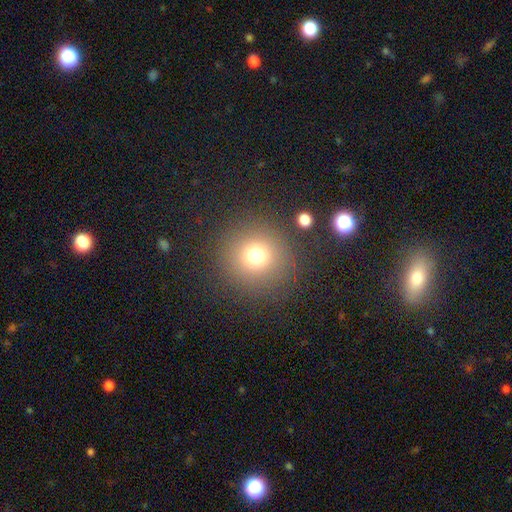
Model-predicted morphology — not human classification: Q: Smooth or featured?
A: smooth (73%); runner-up: star or artifact (18%)
Q: How rounded?
A: round (94%); runner-up: in between (5%)
Q: Merging?
A: none (86%); runner-up: minor disturbance (7%)